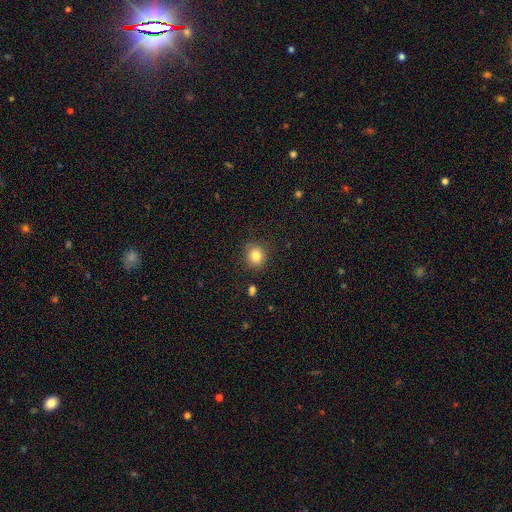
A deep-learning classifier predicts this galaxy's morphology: smooth-or-featured: smooth: 84% | star or artifact: 10% | featured or disk: 6%
  how-rounded: round: 83% | in between: 16% | cigar-shaped: 1%
  merging: none: 85% | minor disturbance: 11% | major disturbance: 3% | merger: 2%